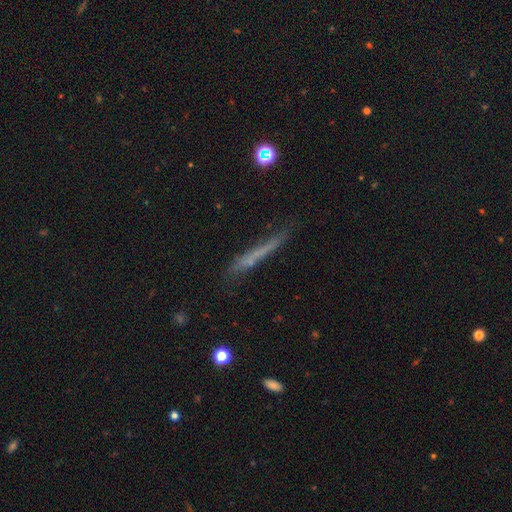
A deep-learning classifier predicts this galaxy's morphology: This is possibly a smooth galaxy (49%). Merging: likely none (72%).